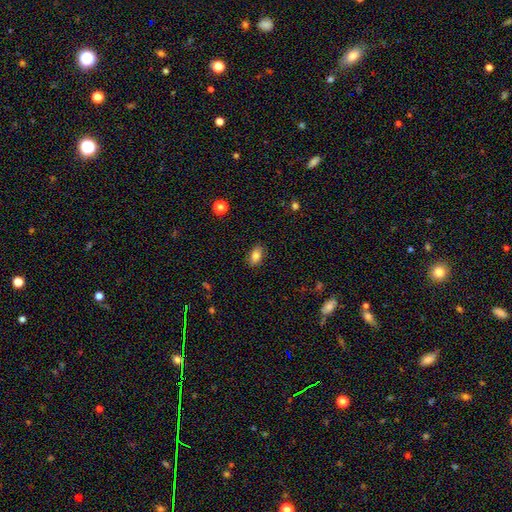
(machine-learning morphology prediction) This appears to be a smooth galaxy with no disk features (82%) that is in between round and cigar-shaped (89%). Merging: none (87%).